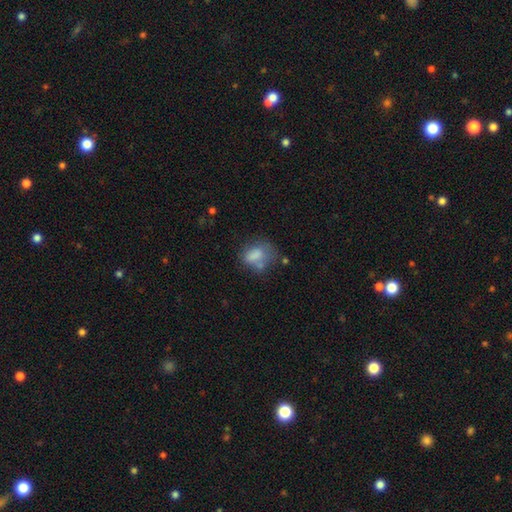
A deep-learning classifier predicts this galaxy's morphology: Smooth or featured? smooth (73%)
How rounded? in between (70%)
Merging? none (37%)